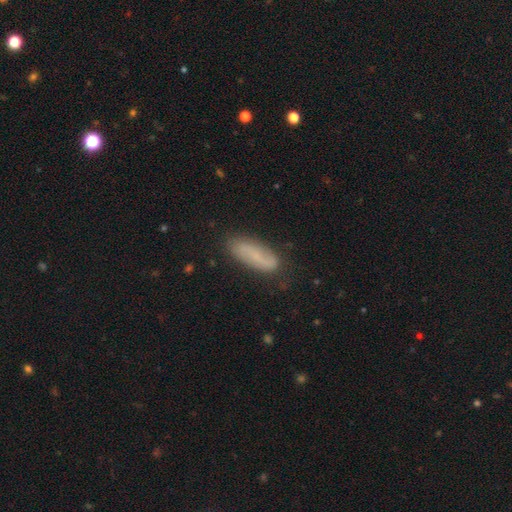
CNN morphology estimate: Smooth or featured: smooth — 64% (featured or disk — 27%)
How rounded: in between — 55% (cigar-shaped — 43%)
Merging: none — 77% (minor disturbance — 17%)